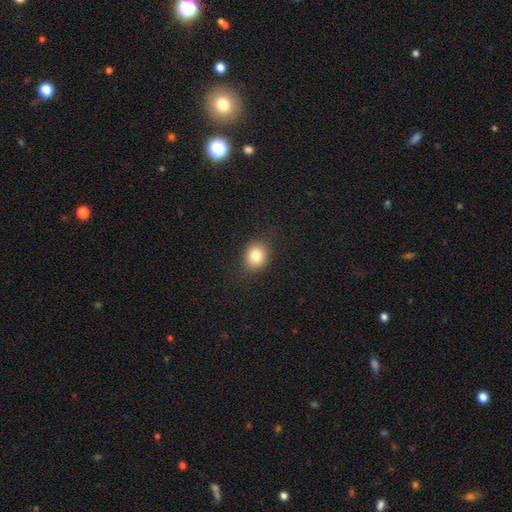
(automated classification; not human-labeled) The model was most divided on "how rounded": round: 64%, in between: 35%, cigar-shaped: 1%. More confident: merging — none (85%); smooth or featured — smooth (81%).